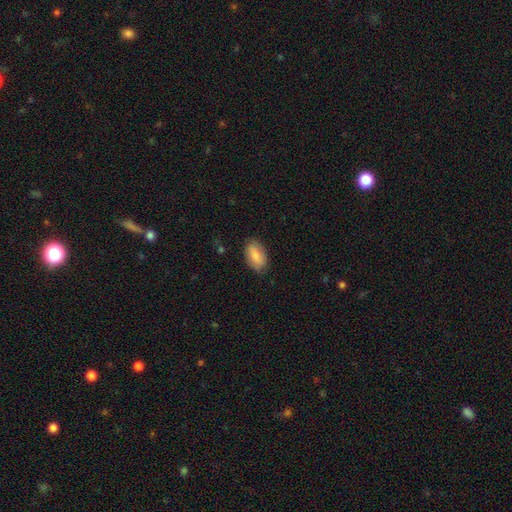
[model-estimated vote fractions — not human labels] Smooth or featured: smooth — 77% (featured or disk — 17%)
How rounded: in between — 92% (round — 5%)
Merging: none — 80% (minor disturbance — 15%)